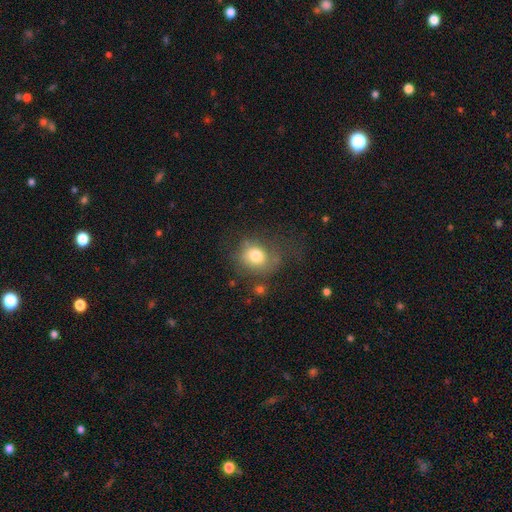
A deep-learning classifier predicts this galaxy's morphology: smooth 74%, featured or disk 15%, star or artifact 10%. Down the decision tree: how rounded — round (65%); merging — none (53%).